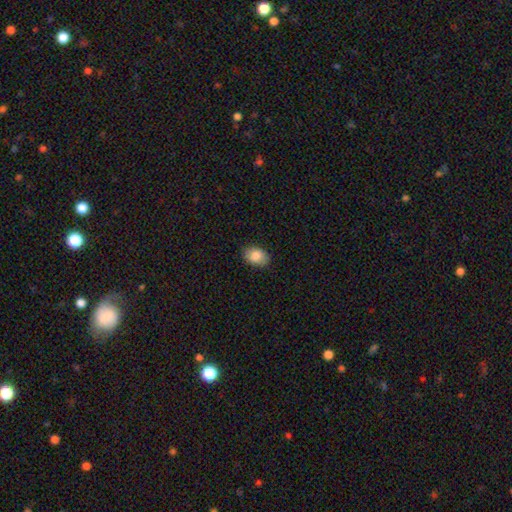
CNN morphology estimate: Smooth or featured? Predicted: smooth (p=0.84). How rounded? Predicted: in between (p=0.80). Merging? Predicted: none (p=0.85).